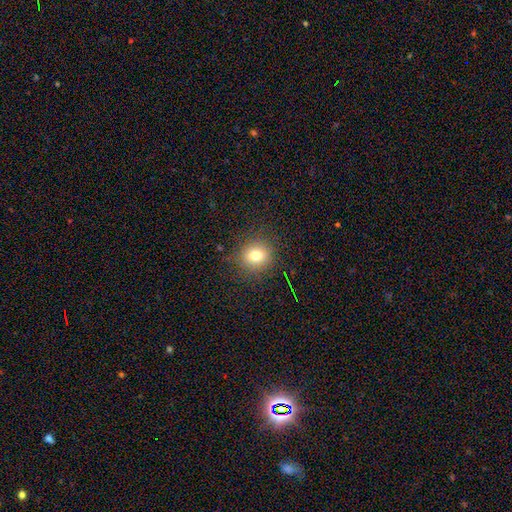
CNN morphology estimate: This is likely a smooth galaxy (77%). How rounded: clearly round (84%). Merging: clearly none (87%).